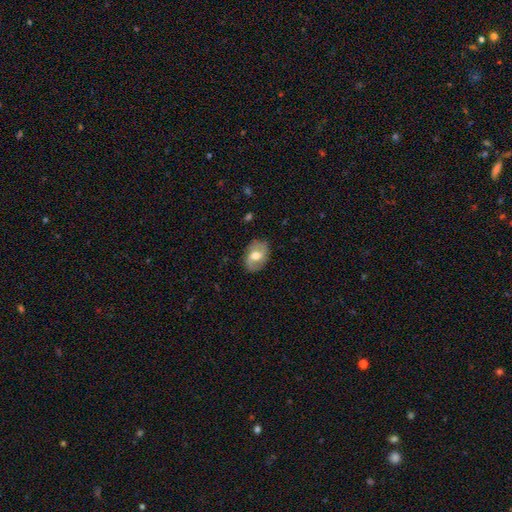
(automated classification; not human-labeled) A featured or disk galaxy (56%) with a weak bar (48%), spiral arms (76%) and a moderate central bulge (71%).

Vote fractions:
- Smooth or featured? featured or disk: 56% / smooth: 37% / star or artifact: 7%
- Edge-on disk? no: 95% / yes: 5%
- Bar? weak: 48% / no: 35% / strong: 18%
- Spiral arms? yes: 76% / no: 24%
- Bulge size? moderate: 71% / large: 14% / small: 12% / none: 1% / dominant: 1%
- Merging? none: 80% / minor disturbance: 14% / major disturbance: 4% / merger: 1%